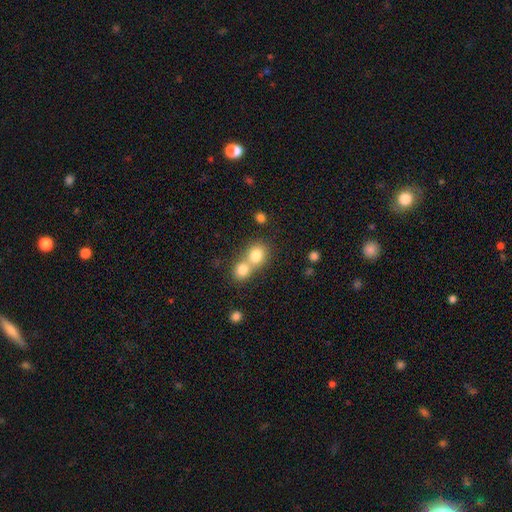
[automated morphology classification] type=smooth (79%); roundness=round (75%); merging=merger (62%).